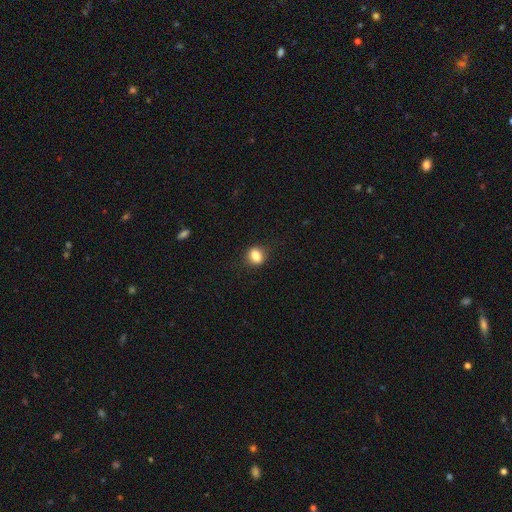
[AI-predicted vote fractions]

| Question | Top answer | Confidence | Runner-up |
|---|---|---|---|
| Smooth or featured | smooth | 83% | star or artifact (10%) |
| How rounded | round | 49% | tied: in between (49%) |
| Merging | none | 85% | minor disturbance (11%) |